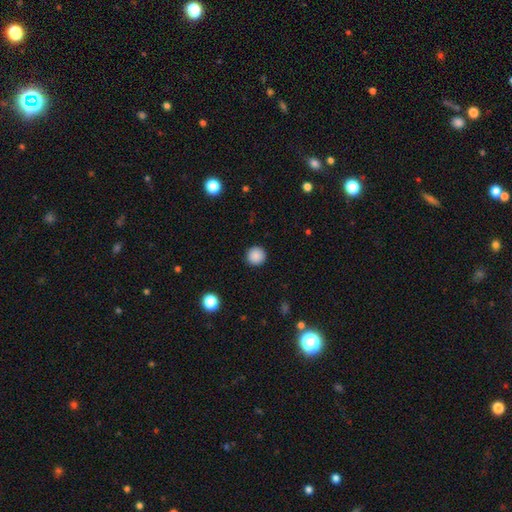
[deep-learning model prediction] A smooth galaxy with no disk features (88%) that is round (96%). Merging: none (92%).